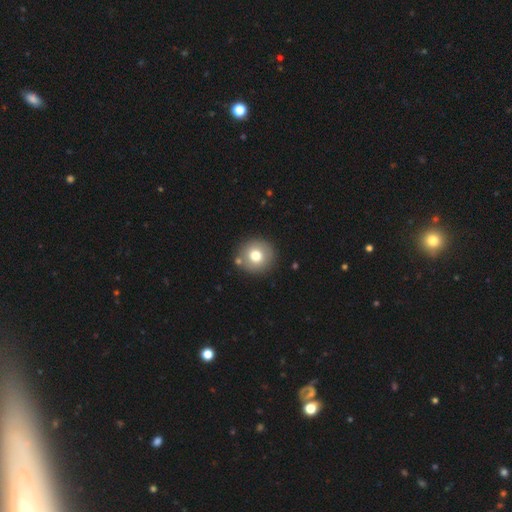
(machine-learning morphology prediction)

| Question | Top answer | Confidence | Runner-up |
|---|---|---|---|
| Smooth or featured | smooth | 74% | featured or disk (16%) |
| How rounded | round | 93% | in between (6%) |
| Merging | none | 84% | minor disturbance (8%) |